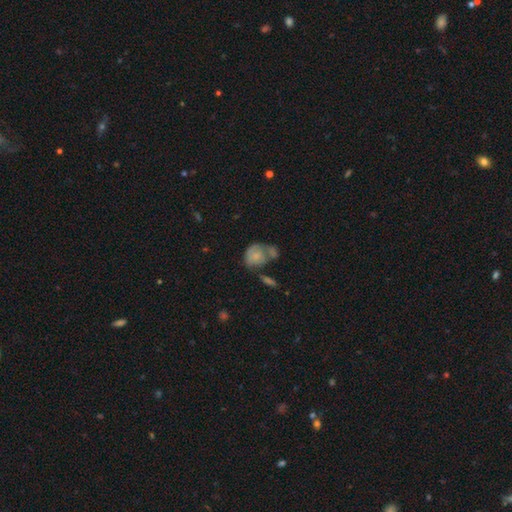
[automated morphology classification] The model was most divided on "merging": merger: 31%, none: 26%, minor disturbance: 22%, major disturbance: 21%. More confident: smooth or featured — smooth (62%); how rounded — in between (52%).